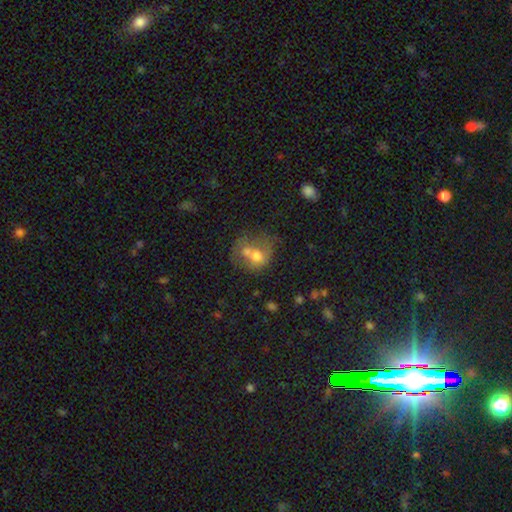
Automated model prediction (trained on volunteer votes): A smooth galaxy with no disk features (61%) that is round (60%).

Vote fractions:
- Smooth or featured? smooth: 61% / featured or disk: 28% / star or artifact: 11%
- How rounded? round: 60% / in between: 39% / cigar-shaped: 1%
- Merging? merger: 59% / none: 22% / minor disturbance: 11% / major disturbance: 8%